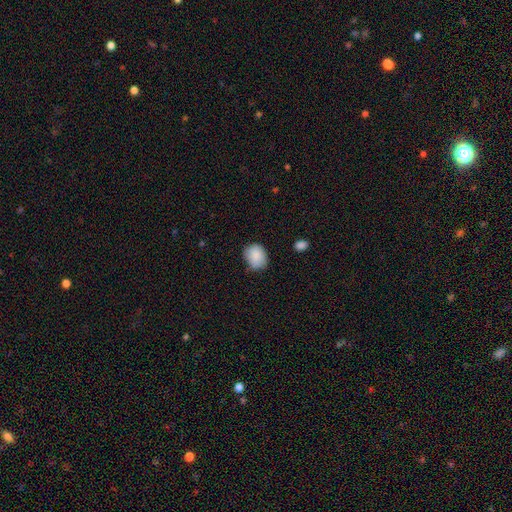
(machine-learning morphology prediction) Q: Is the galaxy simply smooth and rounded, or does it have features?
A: smooth — 85%.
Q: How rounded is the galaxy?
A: in between — 52%.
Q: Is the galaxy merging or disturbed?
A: none — 61%.